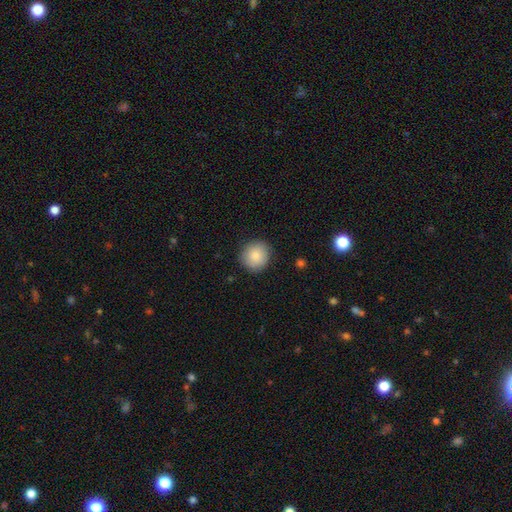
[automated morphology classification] Smooth or featured? Predicted: smooth (p=0.85). How rounded? Predicted: round (p=0.89). Merging? Predicted: none (p=0.87).